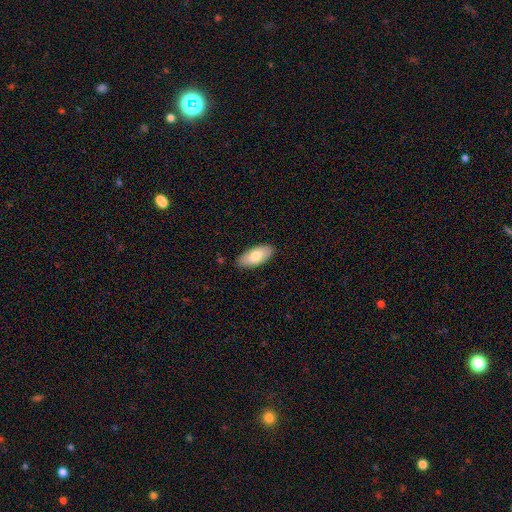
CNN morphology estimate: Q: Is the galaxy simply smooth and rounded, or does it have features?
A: smooth — 77%.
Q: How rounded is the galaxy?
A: in between — 91%.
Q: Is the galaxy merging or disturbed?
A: none — 86%.